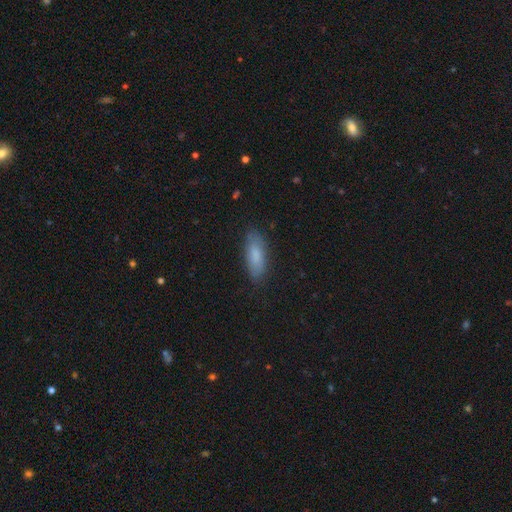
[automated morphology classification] type=smooth (82%); roundness=in between (71%); merging=none (83%).